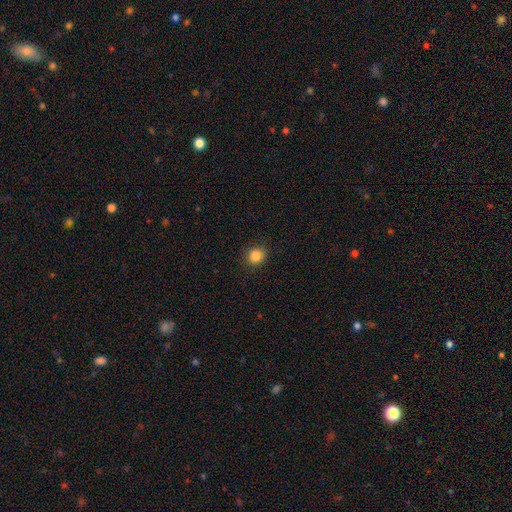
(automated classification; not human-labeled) Q: Smooth or featured?
A: smooth (85%); runner-up: star or artifact (11%)
Q: How rounded?
A: round (85%); runner-up: in between (14%)
Q: Merging?
A: none (90%); runner-up: minor disturbance (7%)